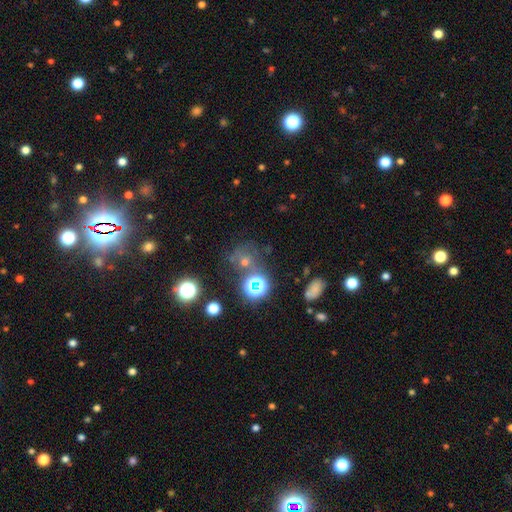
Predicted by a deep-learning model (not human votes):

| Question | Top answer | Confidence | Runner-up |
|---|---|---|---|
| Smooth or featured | star or artifact | 64% | smooth (24%) |